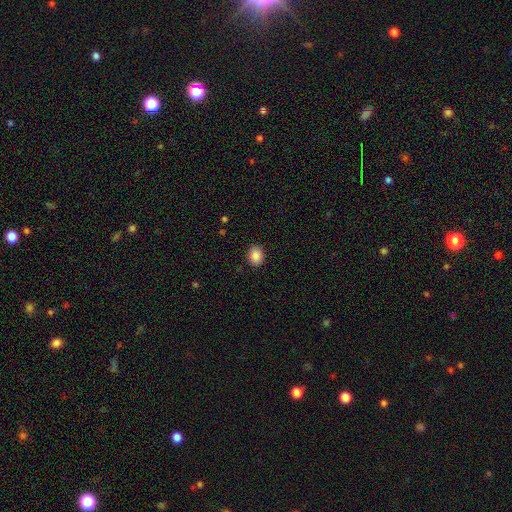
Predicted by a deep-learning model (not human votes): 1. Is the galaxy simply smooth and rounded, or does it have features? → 88% smooth, 8% star or artifact, 4% featured or disk.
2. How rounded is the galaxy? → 56% in between, 43% round, 1% cigar-shaped.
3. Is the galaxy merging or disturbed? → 90% none, 7% minor disturbance, 2% major disturbance, 1% merger.